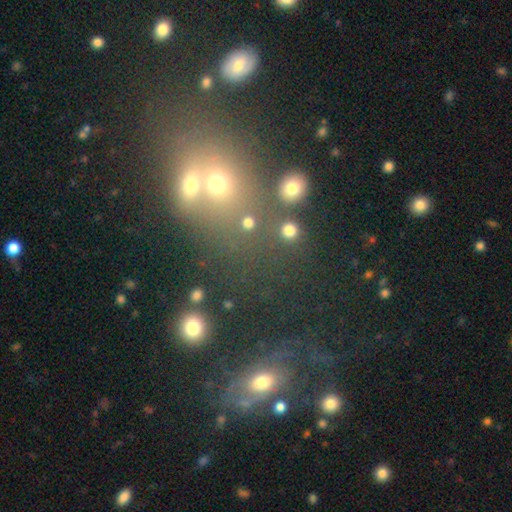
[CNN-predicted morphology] Q: Smooth or featured?
A: smooth (49%); runner-up: star or artifact (33%)
Q: Merging?
A: none (46%); runner-up: merger (35%)